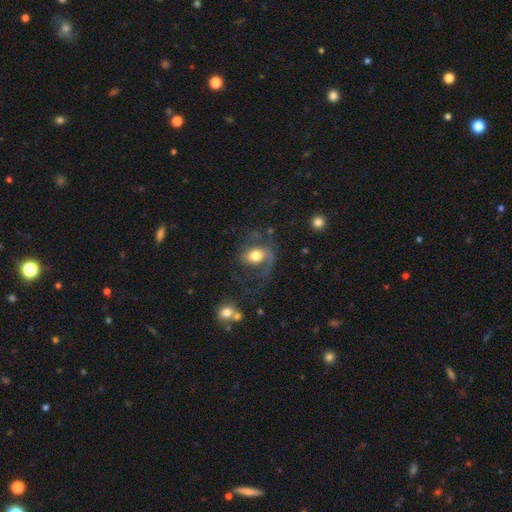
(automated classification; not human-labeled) This is possibly a featured or disk galaxy (52%). It is clearly not viewed edge-on (96%). Bar: likely no (61%). Spiral arm pattern: clearly yes (81%). Central bulge: possibly moderate (53%). Merging: marginally none (44%).